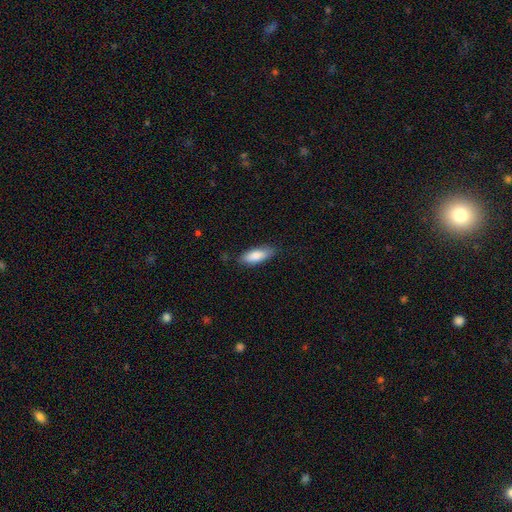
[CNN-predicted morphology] Smooth or featured? Predicted: smooth (p=0.84). How rounded? Predicted: in between (p=0.72). Merging? Predicted: none (p=0.81).